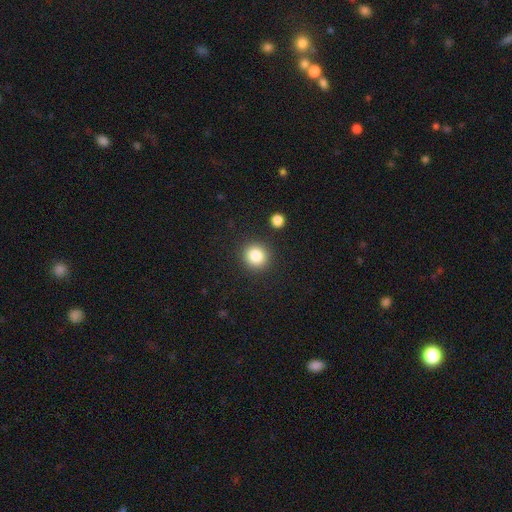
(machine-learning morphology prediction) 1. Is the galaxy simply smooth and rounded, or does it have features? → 84% smooth, 10% star or artifact, 6% featured or disk.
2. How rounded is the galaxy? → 91% round, 8% in between, 1% cigar-shaped.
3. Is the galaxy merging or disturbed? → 89% none, 6% minor disturbance, 3% merger, 2% major disturbance.